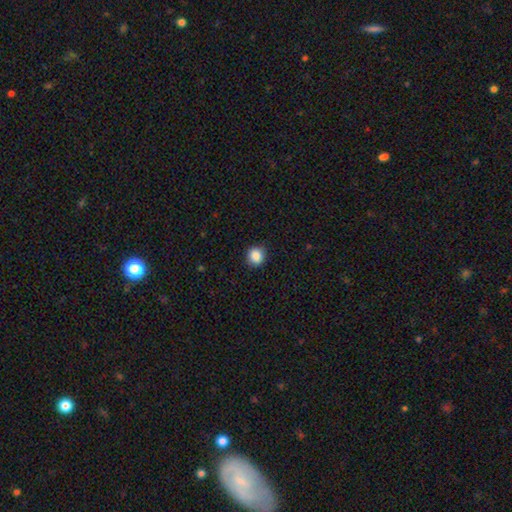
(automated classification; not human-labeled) This is clearly a smooth galaxy (87%). How rounded: clearly round (88%). Merging: clearly none (91%).